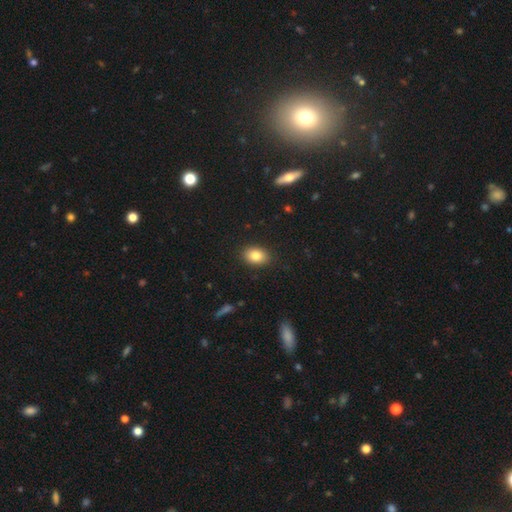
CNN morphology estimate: smooth 84%, star or artifact 9%, featured or disk 8%. Down the decision tree: how rounded — in between (78%); merging — none (89%).